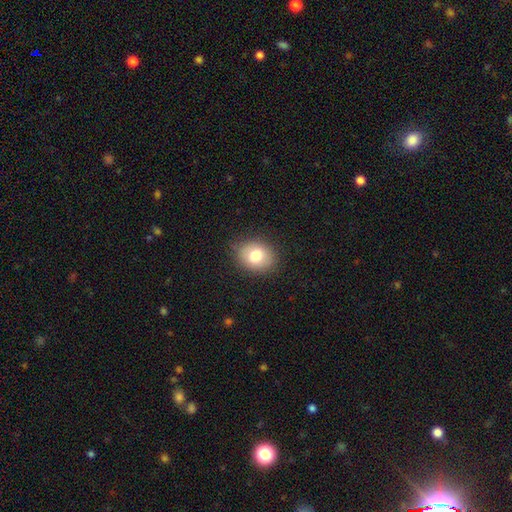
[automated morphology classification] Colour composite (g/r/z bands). It shows a smooth galaxy with no disk features (78%) that is in between round and cigar-shaped (50%). Merging: none (84%).